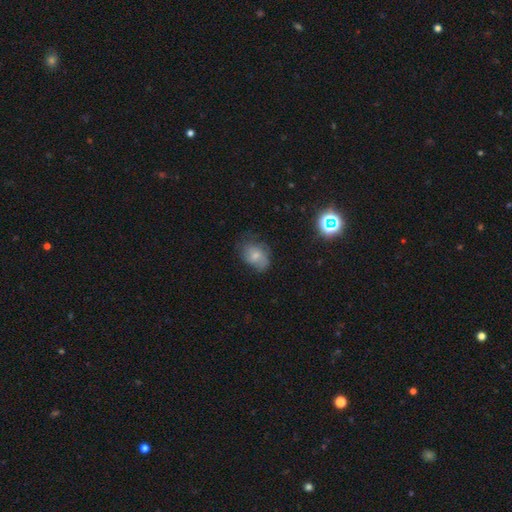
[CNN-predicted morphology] smooth-or-featured: smooth: 61% | featured or disk: 27% | star or artifact: 11%
  how-rounded: in between: 66% | round: 33% | cigar-shaped: 1%
  merging: none: 51% | minor disturbance: 32% | major disturbance: 15% | merger: 2%